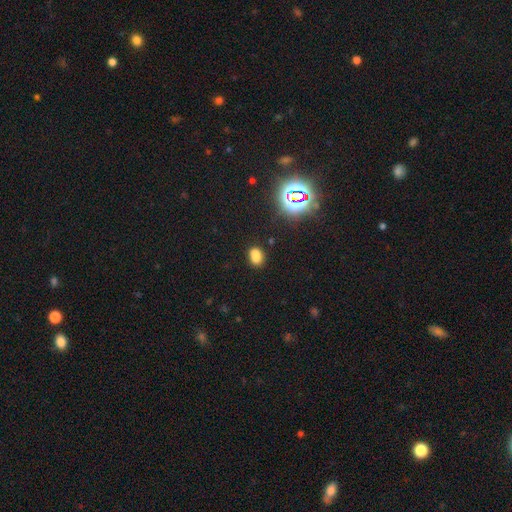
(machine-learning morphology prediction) Smooth or featured? Predicted: smooth (p=0.74). How rounded? Predicted: in between (p=0.73). Merging? Predicted: none (p=0.71).